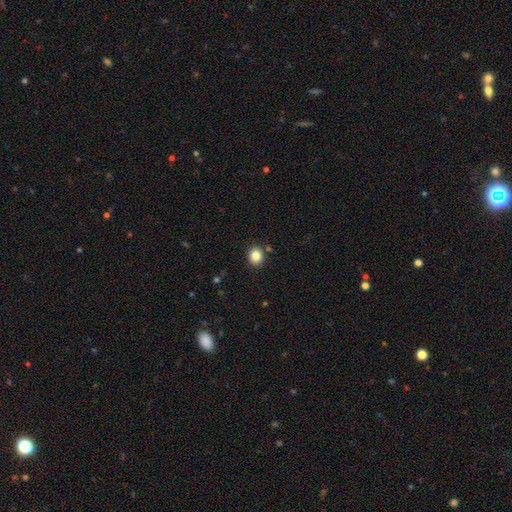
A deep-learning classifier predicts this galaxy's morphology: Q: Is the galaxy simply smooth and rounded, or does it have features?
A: smooth — 85%.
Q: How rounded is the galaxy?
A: round — 67%.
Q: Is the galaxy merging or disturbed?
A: none — 88%.